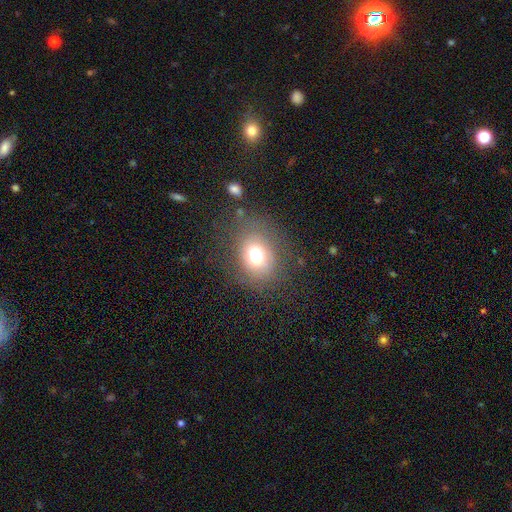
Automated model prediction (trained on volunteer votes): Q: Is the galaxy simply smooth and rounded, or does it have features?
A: smooth — 69%.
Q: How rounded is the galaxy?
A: round — 50%.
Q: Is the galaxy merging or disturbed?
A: none — 72%.